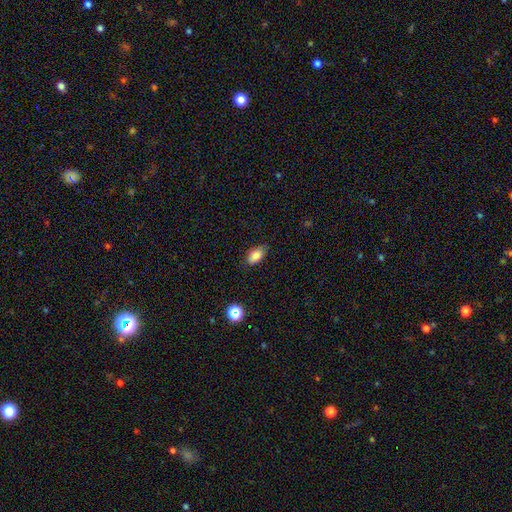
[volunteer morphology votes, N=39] Smooth or featured? smooth (79%)
How rounded? in between (94%)
Merging? none (86%)